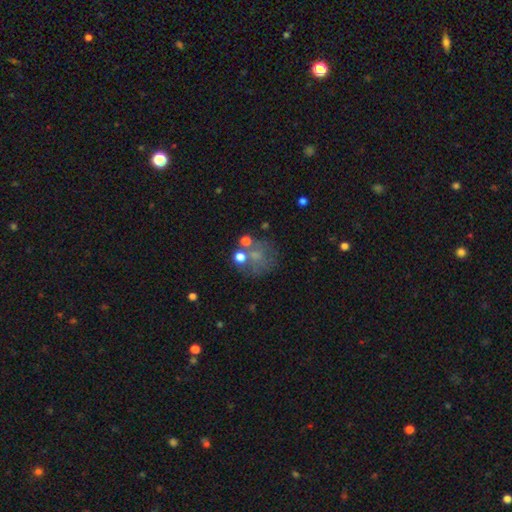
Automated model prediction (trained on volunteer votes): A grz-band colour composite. It shows a smooth galaxy with no disk features (53%) that is round (81%). Merging: none (53%).